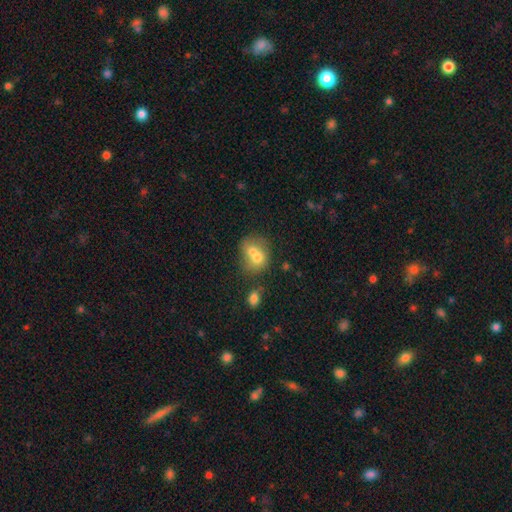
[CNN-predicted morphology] A smooth galaxy with no disk features (66%) that is round (58%). Merging: merger (67%).